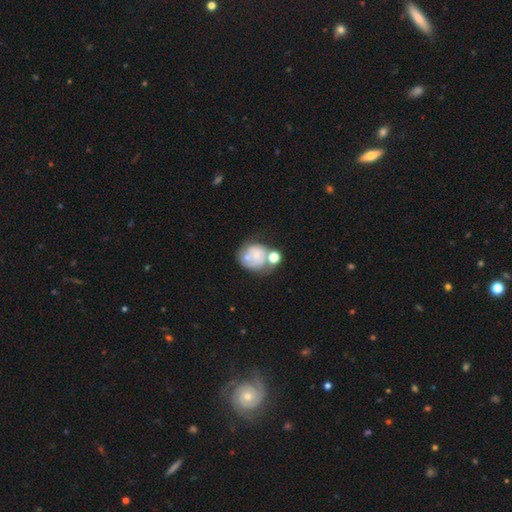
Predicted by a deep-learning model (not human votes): Q: Smooth or featured?
A: smooth (48%); runner-up: featured or disk (42%)
Q: Merging?
A: none (35%); runner-up: merger (34%)